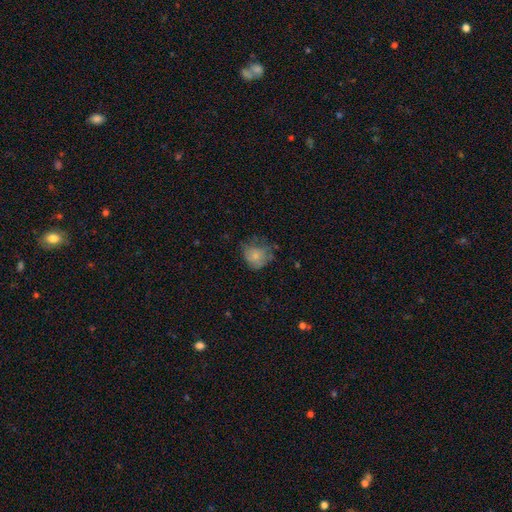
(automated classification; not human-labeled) smooth_or_featured: smooth (p=0.71) [alt: featured or disk p=0.20]
how_rounded: round (p=0.75) [alt: in between p=0.24]
merging: none (p=0.47) [alt: minor disturbance p=0.34]